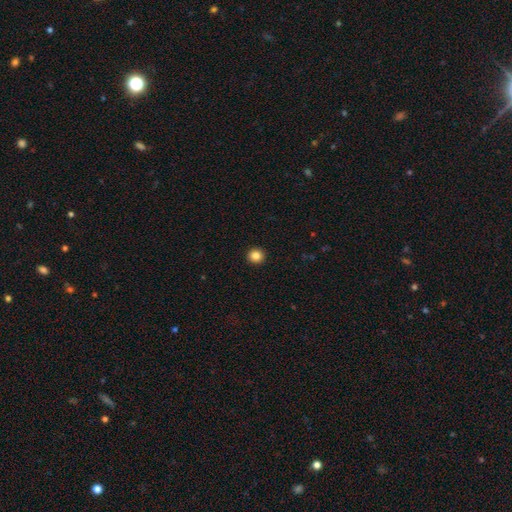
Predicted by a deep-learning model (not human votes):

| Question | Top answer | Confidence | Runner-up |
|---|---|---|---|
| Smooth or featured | smooth | 85% | star or artifact (10%) |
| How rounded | round | 93% | in between (6%) |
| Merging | none | 94% | minor disturbance (4%) |